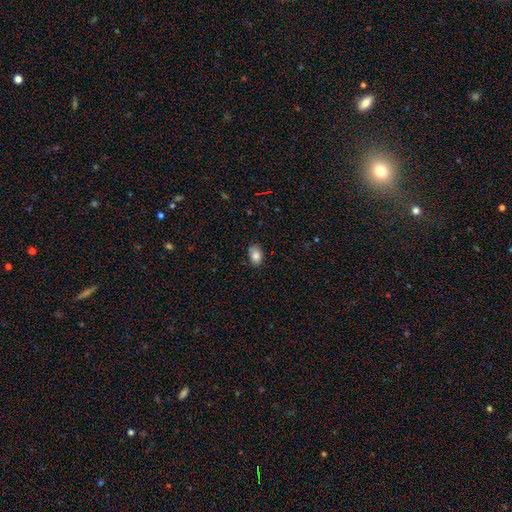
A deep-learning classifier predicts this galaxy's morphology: Smooth or featured? smooth (85%)
How rounded? in between (82%)
Merging? none (79%)